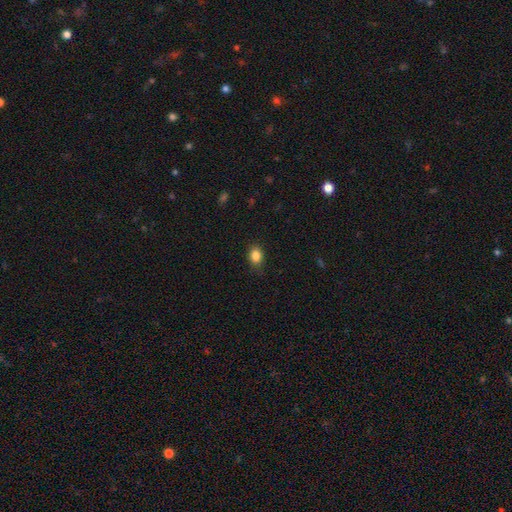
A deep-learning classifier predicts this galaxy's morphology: smooth 86%, star or artifact 10%, featured or disk 5%. Down the decision tree: how rounded — in between (62%); merging — none (82%).